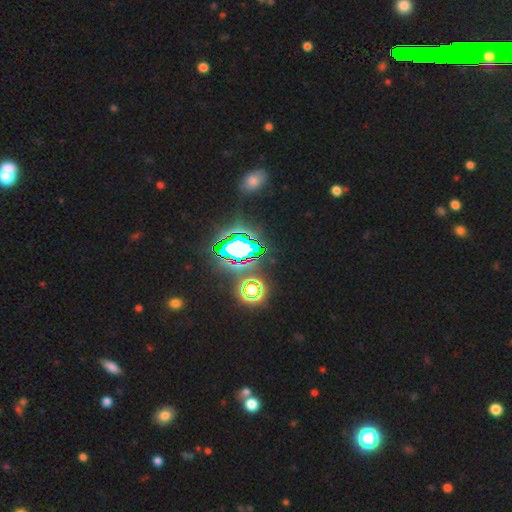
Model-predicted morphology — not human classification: The model was most divided on "smooth or featured": star or artifact: 82%, smooth: 12%, featured or disk: 6%.